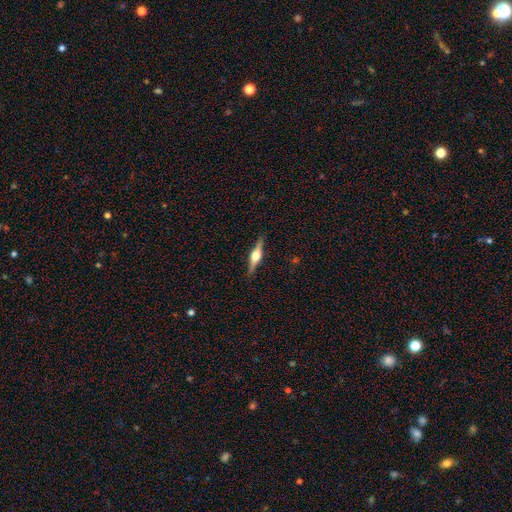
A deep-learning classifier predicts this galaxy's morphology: Smooth or featured: featured or disk — 77% (smooth — 17%)
Edge-on disk: yes — 98% (no — 2%)
Edge-on bulge: rounded — 95% (boxy — 4%)
Merging: none — 90% (minor disturbance — 7%)